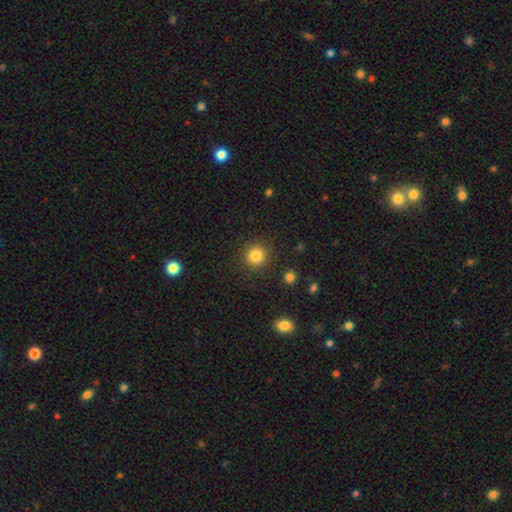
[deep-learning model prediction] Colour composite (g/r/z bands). It shows a smooth galaxy with no disk features (84%) that is round (93%). Merging: none (90%).